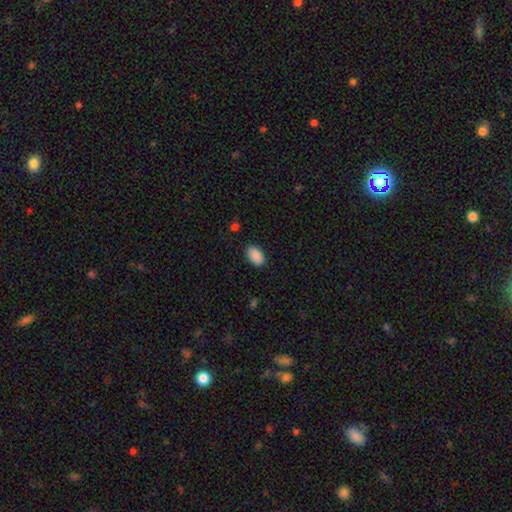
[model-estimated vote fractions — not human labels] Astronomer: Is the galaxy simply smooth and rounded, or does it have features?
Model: smooth — 90%.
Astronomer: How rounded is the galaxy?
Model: in between — 93%.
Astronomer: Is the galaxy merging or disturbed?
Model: none — 87%.